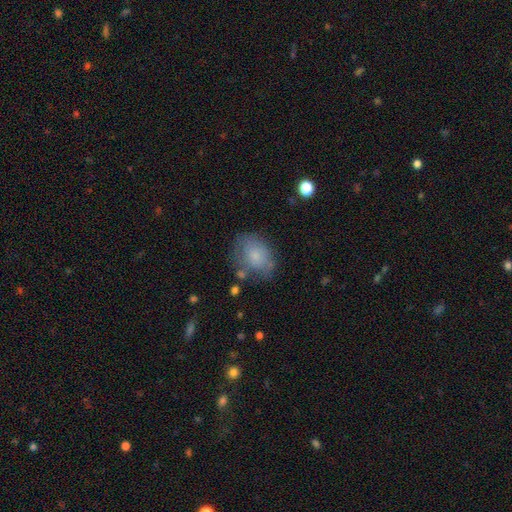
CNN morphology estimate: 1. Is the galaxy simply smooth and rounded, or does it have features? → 71% smooth, 20% featured or disk, 9% star or artifact.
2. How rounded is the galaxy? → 62% in between, 36% round, 1% cigar-shaped.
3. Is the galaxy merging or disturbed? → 57% none, 26% minor disturbance, 11% major disturbance, 5% merger.